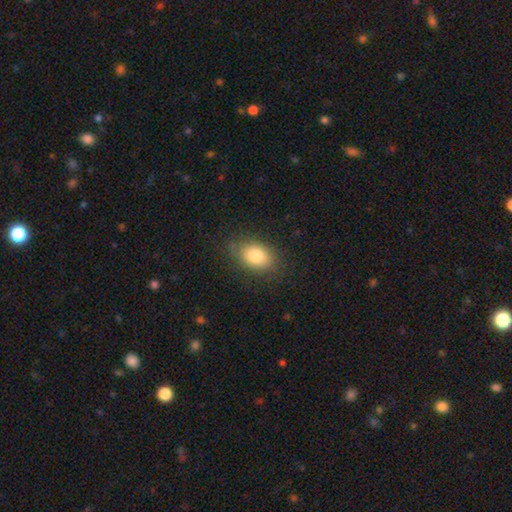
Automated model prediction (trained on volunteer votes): Morphology: type=smooth (82%); roundness=in between (83%); merging=none (80%).